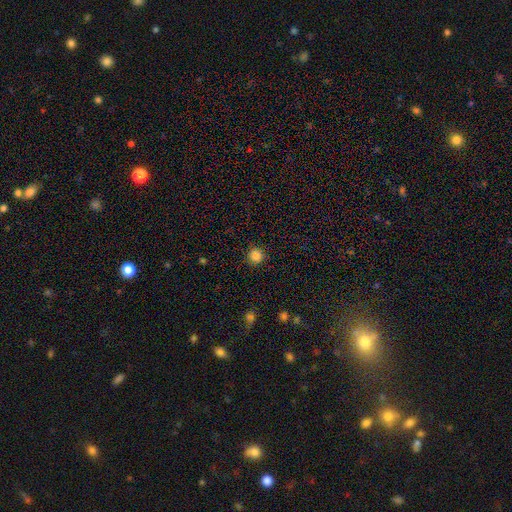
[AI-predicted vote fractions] Smooth or featured? smooth (85%)
How rounded? round (94%)
Merging? none (91%)